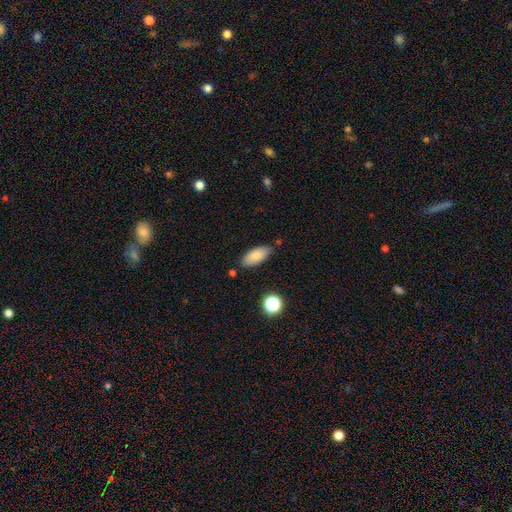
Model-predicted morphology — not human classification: smooth_or_featured: smooth (p=0.82) [alt: featured or disk p=0.10]
how_rounded: in between (p=0.86) [alt: cigar-shaped p=0.12]
merging: none (p=0.78) [alt: minor disturbance p=0.15]